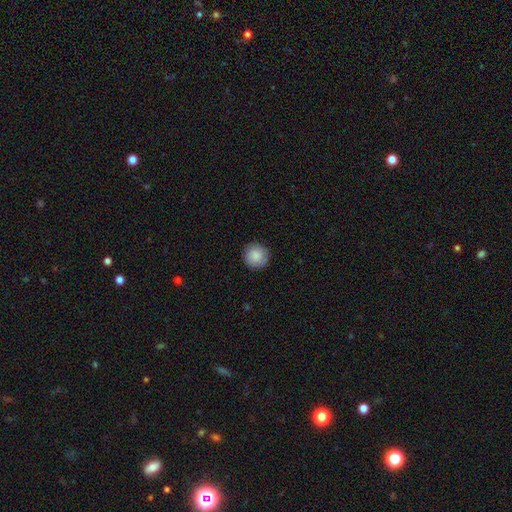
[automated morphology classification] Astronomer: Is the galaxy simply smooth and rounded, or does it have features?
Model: smooth — 82%.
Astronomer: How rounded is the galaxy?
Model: round — 94%.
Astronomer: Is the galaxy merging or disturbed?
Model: none — 88%.